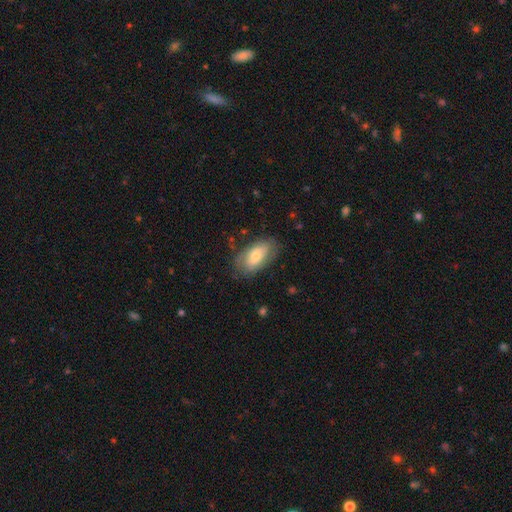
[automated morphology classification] Smooth or featured: smooth — 55% (featured or disk — 38%)
How rounded: in between — 92% (round — 5%)
Merging: none — 71% (minor disturbance — 21%)